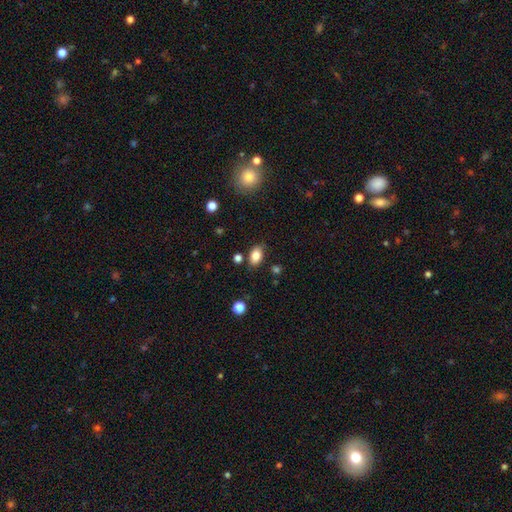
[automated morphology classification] Overall: smooth (84%). How rounded: in between (85%). Merging: none (80%).